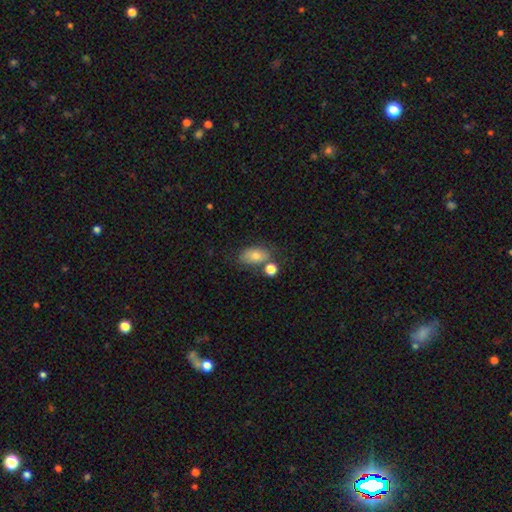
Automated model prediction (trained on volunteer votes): Smooth or featured? smooth (74%)
How rounded? in between (86%)
Merging? none (60%)